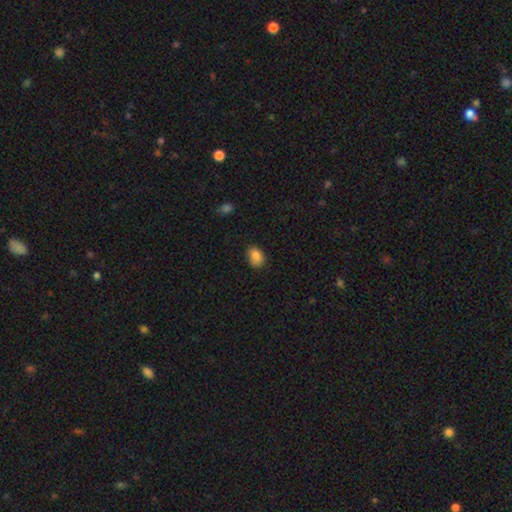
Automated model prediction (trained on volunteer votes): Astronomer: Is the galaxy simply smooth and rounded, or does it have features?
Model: smooth — 86%.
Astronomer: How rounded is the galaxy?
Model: in between — 79%.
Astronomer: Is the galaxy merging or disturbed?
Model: none — 79%.